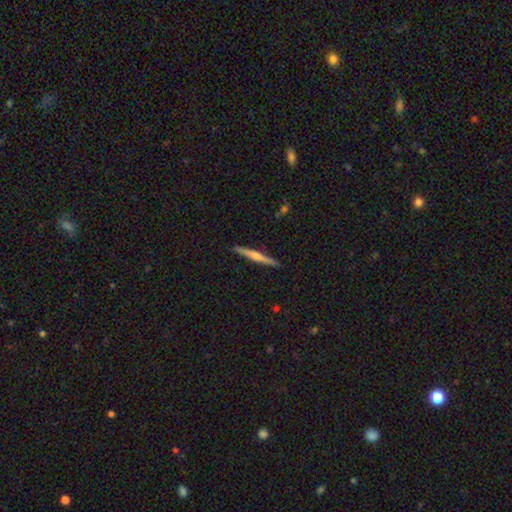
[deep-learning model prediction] smooth_or_featured: featured or disk (p=0.66) [alt: smooth p=0.29]
disk_edge_on: yes (p=0.98) [alt: no p=0.02]
edge_on_bulge: rounded (p=0.72) [alt: none p=0.19]
merging: none (p=0.92) [alt: minor disturbance p=0.06]